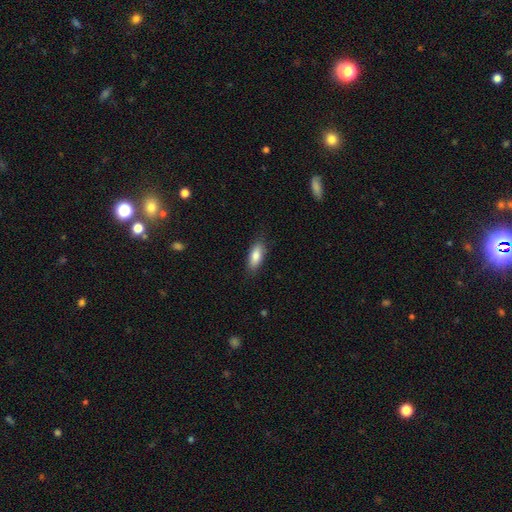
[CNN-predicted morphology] Smooth or featured: smooth — 83% (featured or disk — 11%)
How rounded: in between — 79% (cigar-shaped — 19%)
Merging: none — 83% (minor disturbance — 13%)